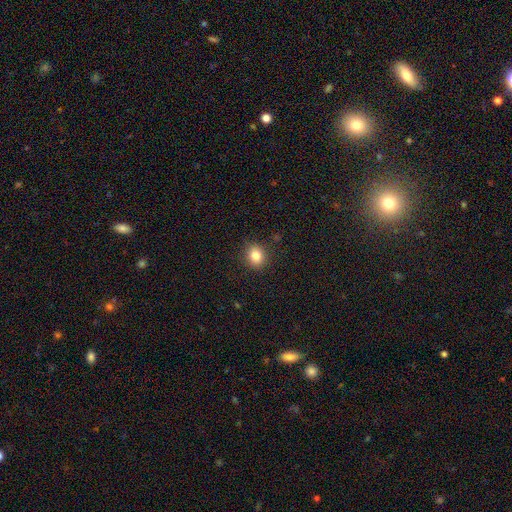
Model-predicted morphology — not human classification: Smooth or featured?
  - smooth: 83% *
  - star or artifact: 11%
  - featured or disk: 6%
How rounded?
  - round: 76% *
  - in between: 23%
  - cigar-shaped: 1%
Merging?
  - none: 89% *
  - minor disturbance: 7%
  - major disturbance: 2%
  - merger: 1%